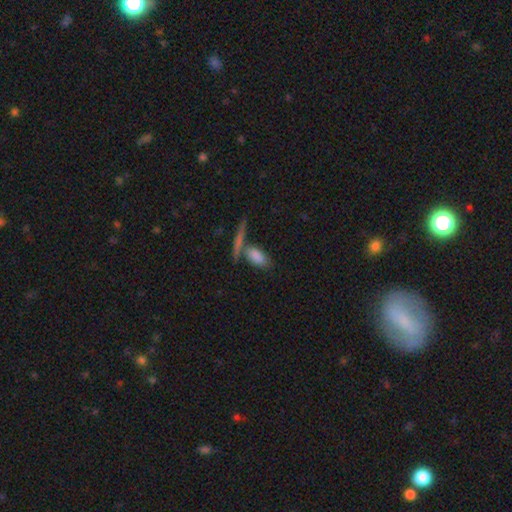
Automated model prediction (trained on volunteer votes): Smooth or featured? Predicted: smooth (p=0.79). How rounded? Predicted: in between (p=0.81). Merging? Predicted: none (p=0.49).